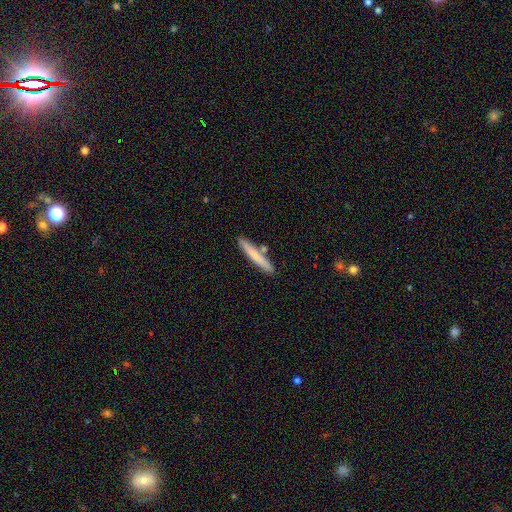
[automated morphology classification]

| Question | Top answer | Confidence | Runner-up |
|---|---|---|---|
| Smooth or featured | smooth | 72% | featured or disk (22%) |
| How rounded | cigar-shaped | 95% | in between (3%) |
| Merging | none | 83% | minor disturbance (9%) |